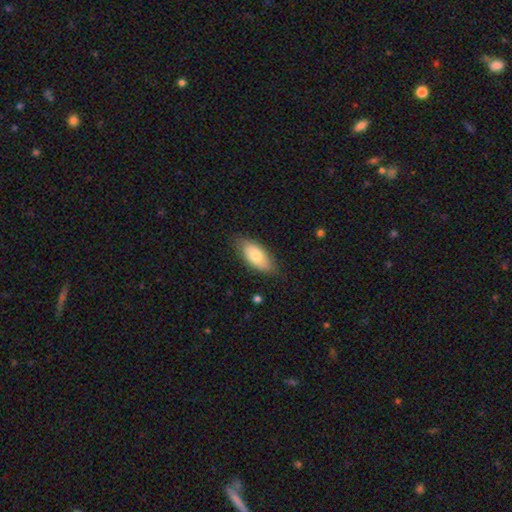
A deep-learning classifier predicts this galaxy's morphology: smooth-or-featured: smooth: 75% | featured or disk: 19% | star or artifact: 6%
  how-rounded: in between: 90% | cigar-shaped: 7% | round: 3%
  merging: none: 80% | minor disturbance: 16% | major disturbance: 3% | merger: 1%